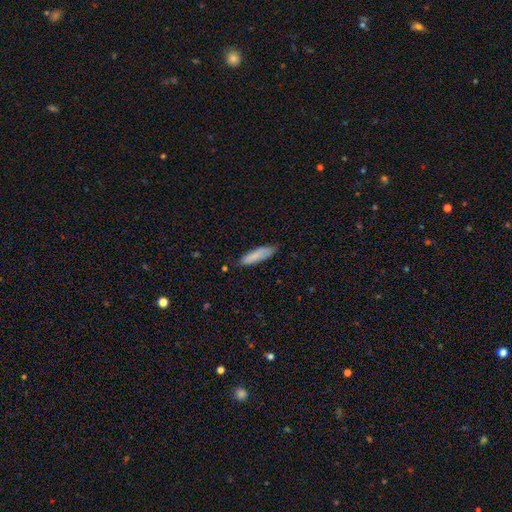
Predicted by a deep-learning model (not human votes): Smooth or featured? smooth (83%)
How rounded? cigar-shaped (66%)
Merging? none (77%)